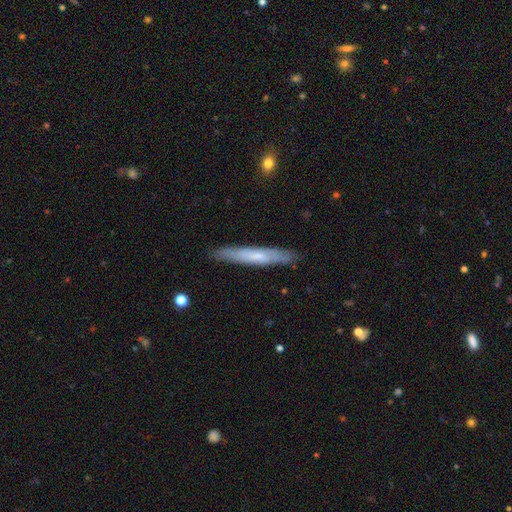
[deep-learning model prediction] Morphology: type=smooth (51%); roundness=cigar-shaped (94%); merging=none (87%).